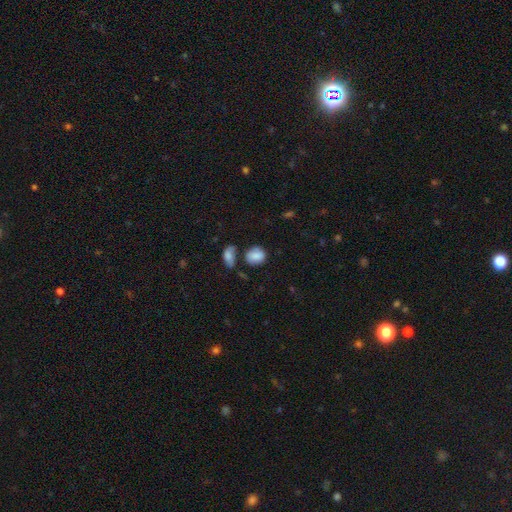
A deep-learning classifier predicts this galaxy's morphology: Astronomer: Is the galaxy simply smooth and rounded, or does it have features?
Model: smooth — 82%.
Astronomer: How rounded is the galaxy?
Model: round — 58% (runner-up: in between, 40%).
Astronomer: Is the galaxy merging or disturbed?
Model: none — 55%.